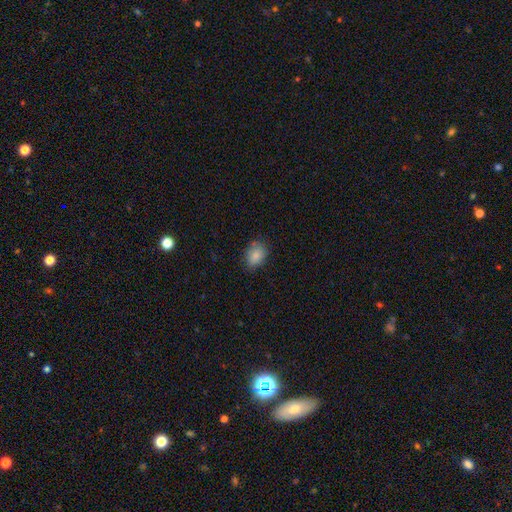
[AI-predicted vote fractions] Morphology: type=smooth (85%); roundness=in between (74%); merging=none (76%).